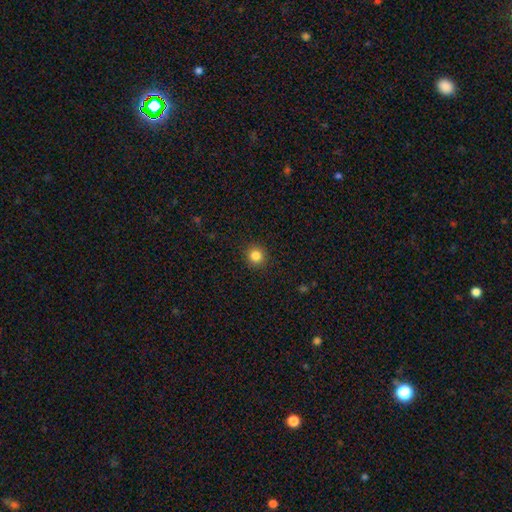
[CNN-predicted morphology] Q: Smooth or featured?
A: smooth (84%); runner-up: star or artifact (12%)
Q: How rounded?
A: round (93%); runner-up: in between (7%)
Q: Merging?
A: none (92%); runner-up: minor disturbance (5%)